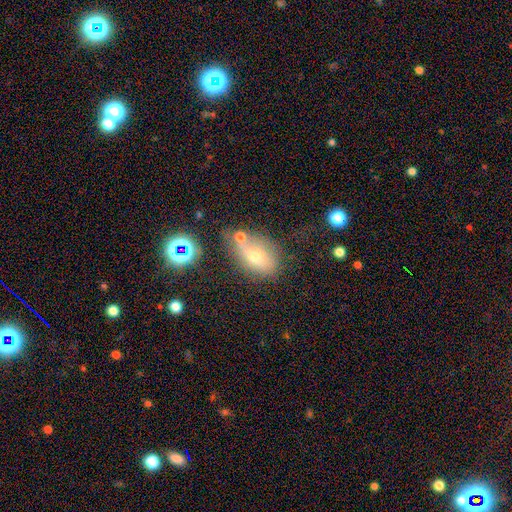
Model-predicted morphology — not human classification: A smooth galaxy with no disk features (61%) that is in between round and cigar-shaped (77%).

Vote fractions:
- Smooth or featured? smooth: 61% / featured or disk: 24% / star or artifact: 16%
- How rounded? in between: 77% / round: 20% / cigar-shaped: 3%
- Merging? none: 50% / merger: 21% / minor disturbance: 20% / major disturbance: 9%